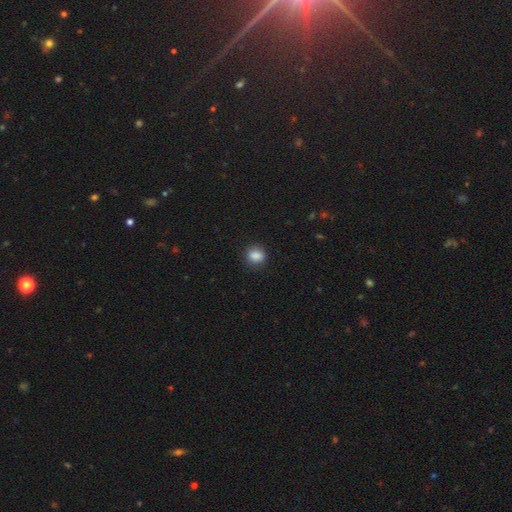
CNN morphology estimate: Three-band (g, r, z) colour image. It shows a smooth galaxy with no disk features (86%) that is round (61%). Merging: none (85%).